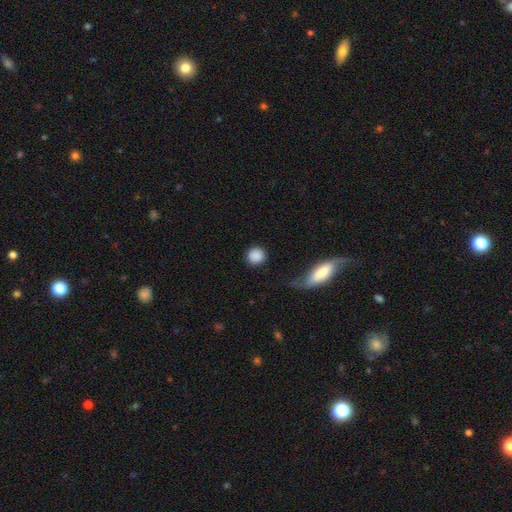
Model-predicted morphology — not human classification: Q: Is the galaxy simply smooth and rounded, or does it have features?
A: smooth — 89%.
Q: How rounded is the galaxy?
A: round — 91%.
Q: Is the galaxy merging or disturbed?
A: none — 84%.